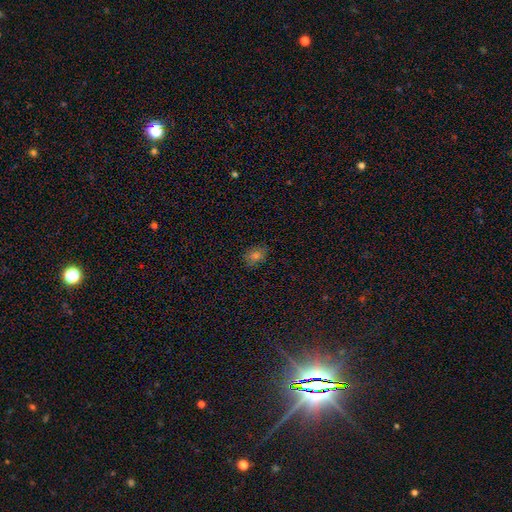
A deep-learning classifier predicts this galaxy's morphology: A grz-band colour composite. It shows a smooth galaxy with no disk features (72%) that is in between round and cigar-shaped (63%). Merging: none (83%).